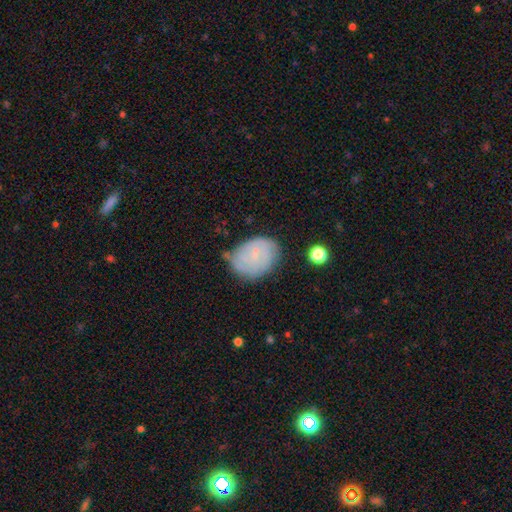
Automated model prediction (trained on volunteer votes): This appears to be a featured or disk galaxy (48%). Merging: none (60%).